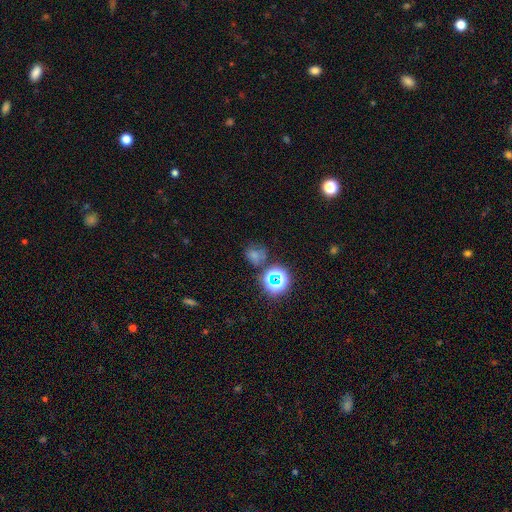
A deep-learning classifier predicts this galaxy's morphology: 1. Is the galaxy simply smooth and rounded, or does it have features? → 57% smooth, 31% star or artifact, 12% featured or disk.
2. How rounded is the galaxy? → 75% round, 24% in between, 1% cigar-shaped.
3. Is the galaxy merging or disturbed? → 59% none, 19% minor disturbance, 11% merger, 11% major disturbance.